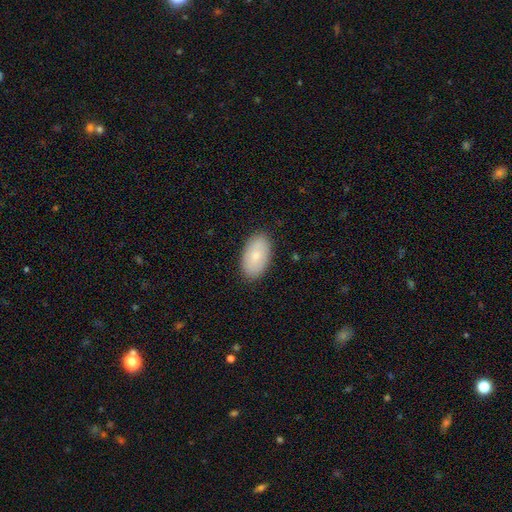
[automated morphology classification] Q: Smooth or featured?
A: smooth (79%); runner-up: featured or disk (15%)
Q: How rounded?
A: in between (94%); runner-up: round (4%)
Q: Merging?
A: none (87%); runner-up: minor disturbance (10%)